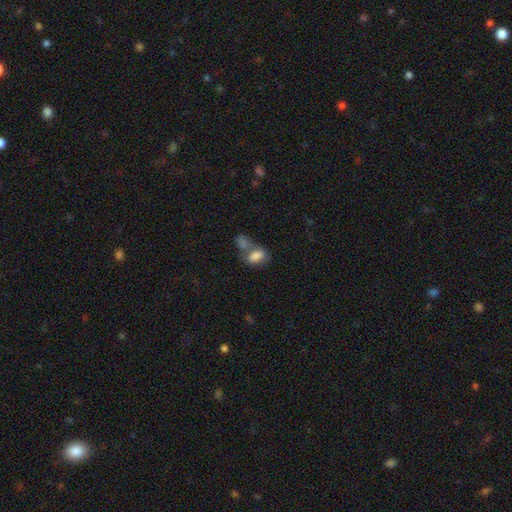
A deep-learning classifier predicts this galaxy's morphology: Q: Smooth or featured?
A: smooth (81%); runner-up: featured or disk (10%)
Q: How rounded?
A: in between (87%); runner-up: round (11%)
Q: Merging?
A: merger (49%); runner-up: none (32%)